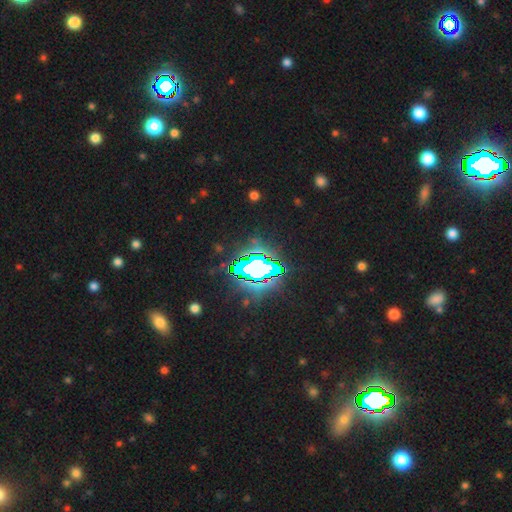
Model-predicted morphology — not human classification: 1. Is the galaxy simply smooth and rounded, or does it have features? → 83% star or artifact, 10% smooth, 7% featured or disk.